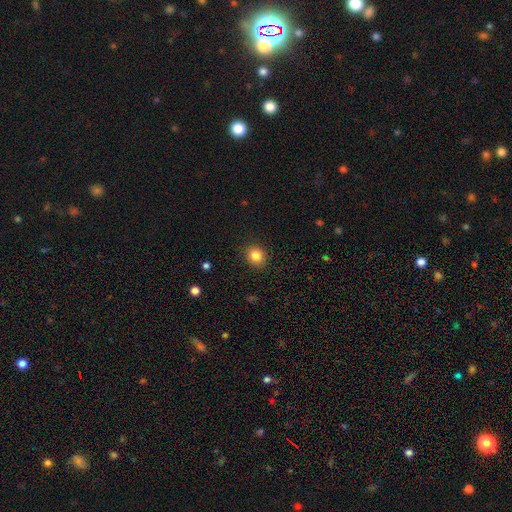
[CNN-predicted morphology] Smooth or featured: smooth — 84% (star or artifact — 11%)
How rounded: round — 79% (in between — 20%)
Merging: none — 90% (minor disturbance — 7%)